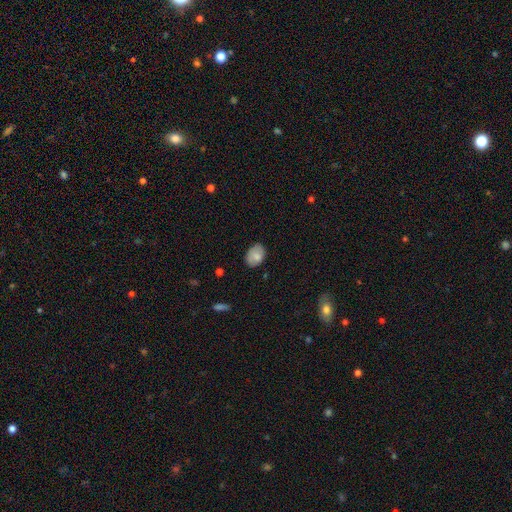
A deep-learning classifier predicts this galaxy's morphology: A smooth galaxy with no disk features (78%) that is in between round and cigar-shaped (81%). Merging: none (80%).